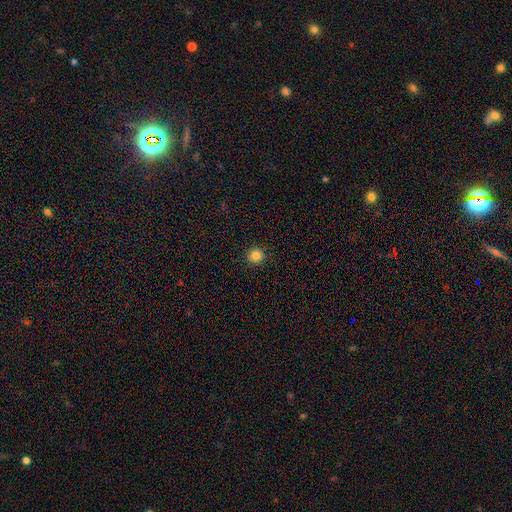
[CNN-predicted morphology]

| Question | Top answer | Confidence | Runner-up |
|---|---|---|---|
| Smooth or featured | smooth | 84% | star or artifact (12%) |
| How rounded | round | 95% | in between (4%) |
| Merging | none | 93% | minor disturbance (5%) |